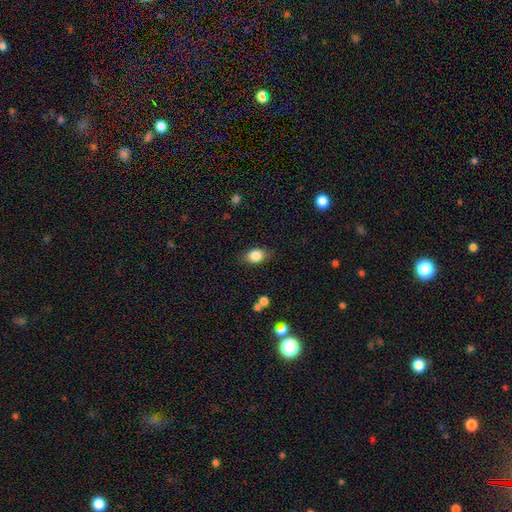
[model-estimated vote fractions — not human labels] Smooth or featured? smooth (83%)
How rounded? in between (67%)
Merging? none (80%)